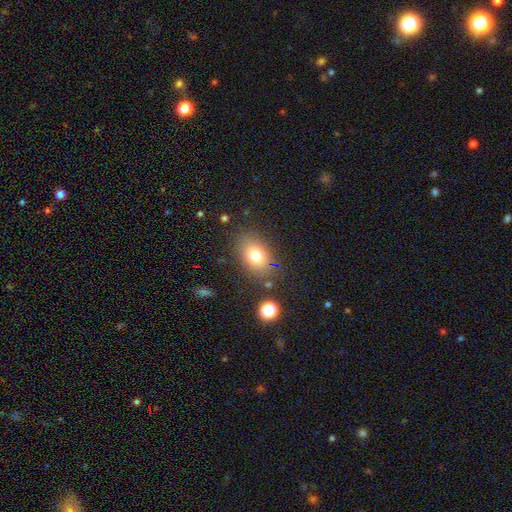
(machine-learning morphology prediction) Smooth or featured? smooth (75%)
How rounded? in between (75%)
Merging? none (80%)